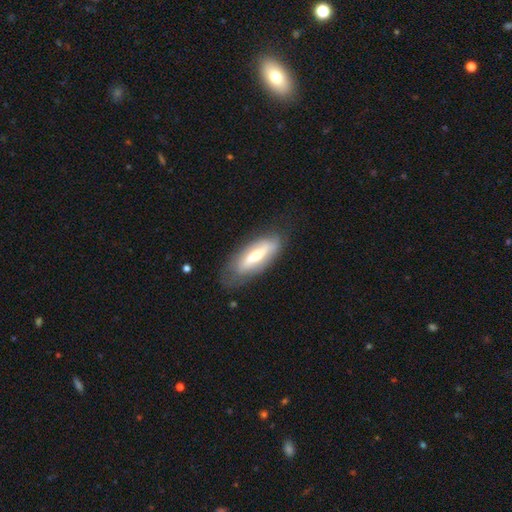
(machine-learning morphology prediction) Smooth or featured? Predicted: featured or disk (p=0.57). Edge-on disk? Predicted: no (p=0.66). Merging? Predicted: none (p=0.73).